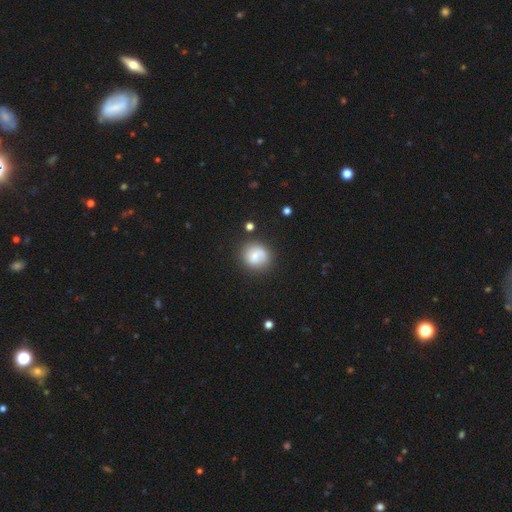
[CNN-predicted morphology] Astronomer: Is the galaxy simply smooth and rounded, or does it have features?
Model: smooth — 61%.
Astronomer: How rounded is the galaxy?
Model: round — 84%.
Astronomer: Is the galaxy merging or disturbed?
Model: none — 65%.